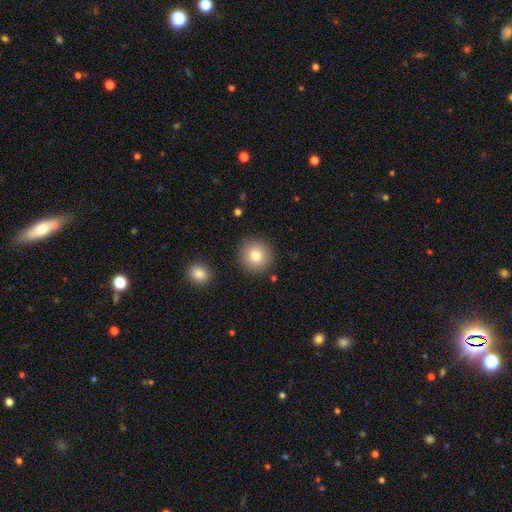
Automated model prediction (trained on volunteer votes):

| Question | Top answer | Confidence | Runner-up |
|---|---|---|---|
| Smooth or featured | smooth | 80% | star or artifact (10%) |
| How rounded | round | 95% | in between (4%) |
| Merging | none | 89% | minor disturbance (6%) |